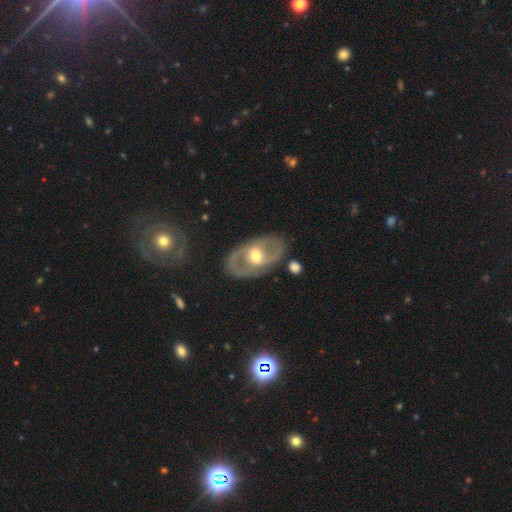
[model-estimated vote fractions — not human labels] Morphology: type=featured or disk (78%); edge-on=no (94%); bar=no (42%); spiral arms=yes (73%); winding=medium (49%); arm count=2 (83%); bulge=moderate (68%); merging=none (80%).